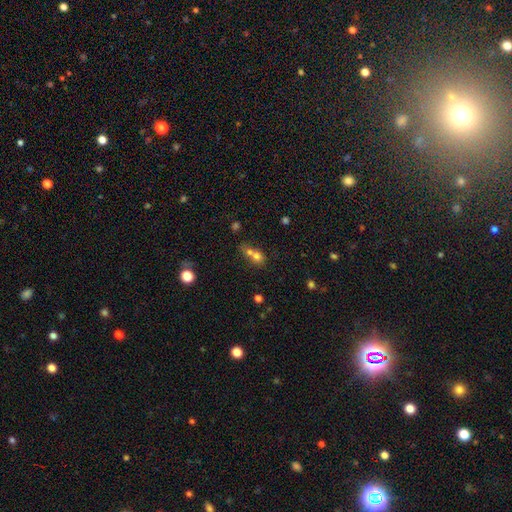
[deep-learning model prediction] A smooth galaxy with no disk features (69%) that is round (66%).

Vote fractions:
- Smooth or featured? smooth: 69% / featured or disk: 16% / star or artifact: 15%
- How rounded? round: 66% / in between: 32% / cigar-shaped: 2%
- Merging? merger: 62% / none: 27% / minor disturbance: 7% / major disturbance: 4%